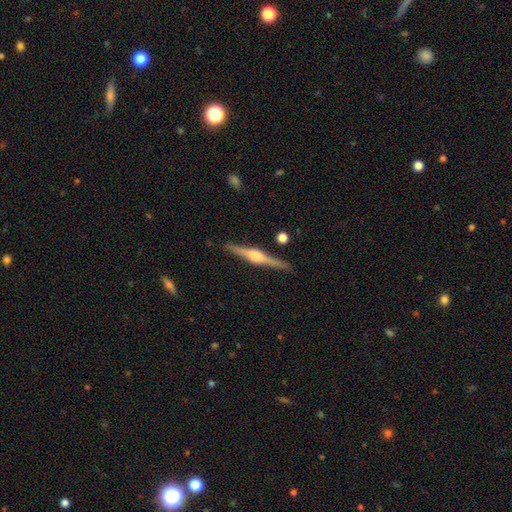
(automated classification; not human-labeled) Smooth or featured: featured or disk — 82% (smooth — 12%)
Edge-on disk: yes — 98% (no — 2%)
Edge-on bulge: rounded — 82% (boxy — 15%)
Merging: none — 89% (minor disturbance — 7%)